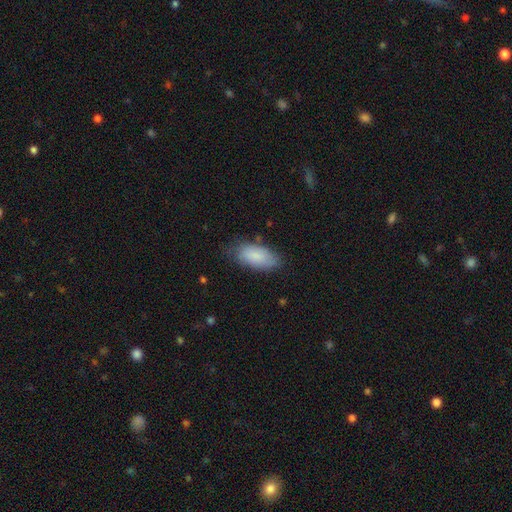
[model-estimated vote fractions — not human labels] smooth 84%, featured or disk 10%, star or artifact 6%. Down the decision tree: how rounded — in between (91%); merging — none (72%).